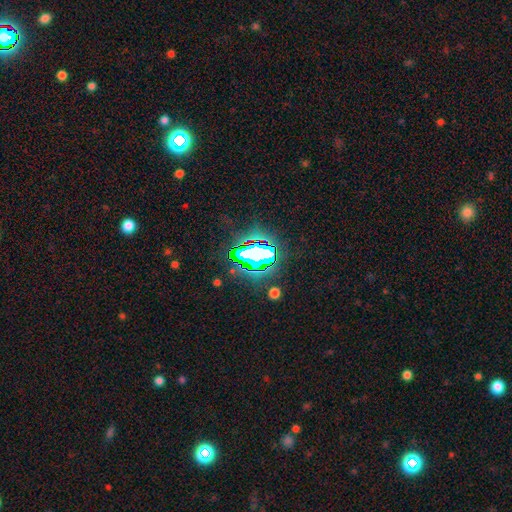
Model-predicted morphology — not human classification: Smooth or featured: star or artifact — 71% (smooth — 16%)